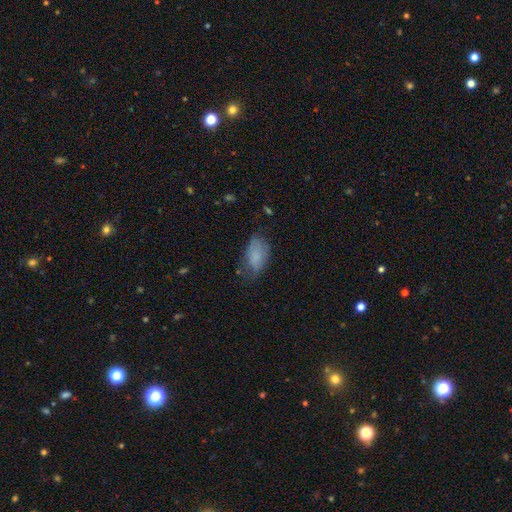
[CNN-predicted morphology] type=smooth (79%); roundness=in between (92%); merging=none (56%).